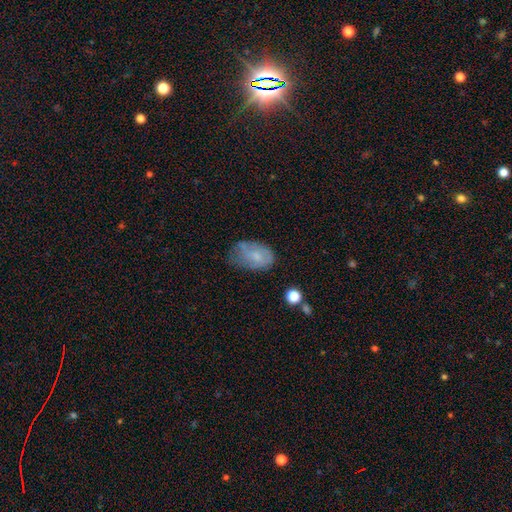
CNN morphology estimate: A smooth galaxy with no disk features (63%) that is in between round and cigar-shaped (88%). Merging: none (43%).